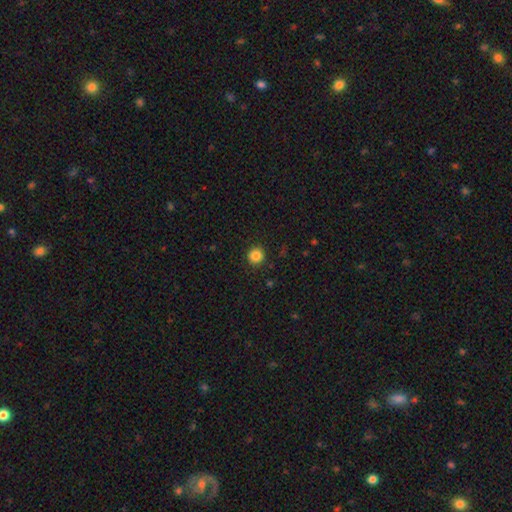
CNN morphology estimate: This appears to be a smooth galaxy with no disk features (85%) that is round (93%). Merging: none (92%).